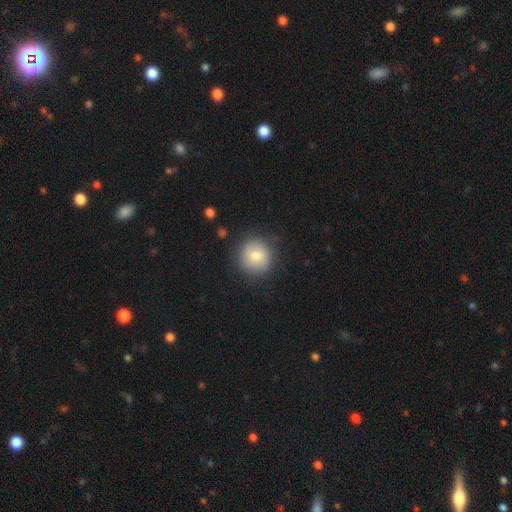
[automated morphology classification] Q: Smooth or featured?
A: smooth (78%); runner-up: featured or disk (14%)
Q: How rounded?
A: round (91%); runner-up: in between (8%)
Q: Merging?
A: none (84%); runner-up: minor disturbance (11%)